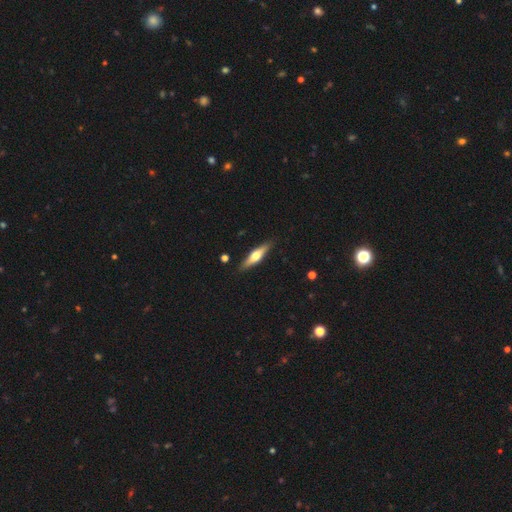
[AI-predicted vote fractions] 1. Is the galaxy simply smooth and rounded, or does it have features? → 54% featured or disk, 40% smooth, 5% star or artifact.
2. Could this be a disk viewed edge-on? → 93% yes, 7% no.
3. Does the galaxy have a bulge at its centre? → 93% rounded, 4% boxy, 3% none.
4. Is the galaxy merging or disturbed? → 88% none, 8% minor disturbance, 2% major disturbance, 1% merger.